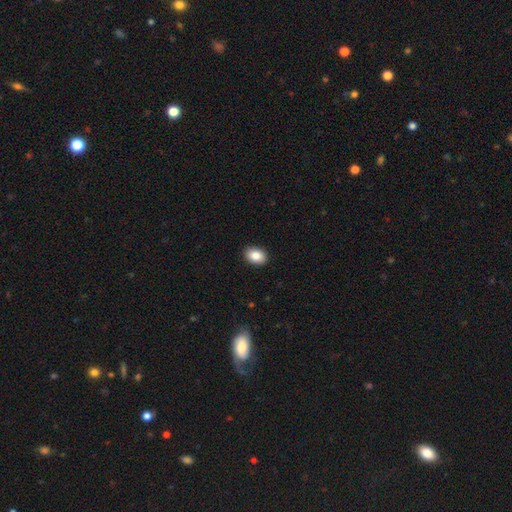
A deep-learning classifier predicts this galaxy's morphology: A smooth galaxy with no disk features (86%) that is in between round and cigar-shaped (82%). Merging: none (91%).